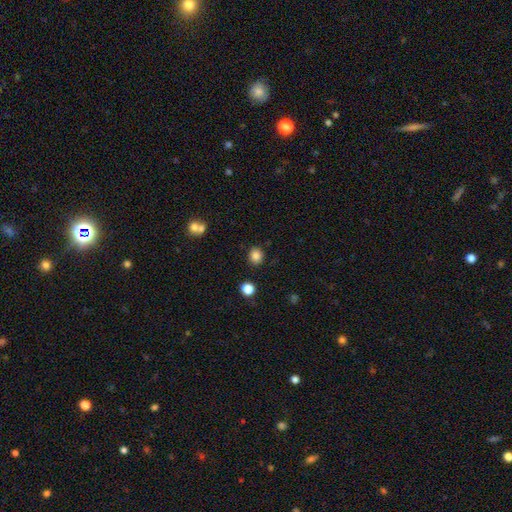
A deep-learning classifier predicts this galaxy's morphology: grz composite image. It shows a smooth galaxy with no disk features (85%) that is round (80%). Merging: none (87%).